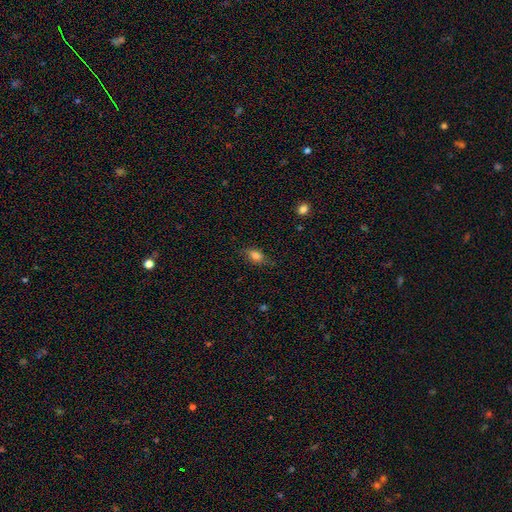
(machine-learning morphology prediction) Smooth or featured?
  - smooth: 79% *
  - featured or disk: 11%
  - star or artifact: 10%
How rounded?
  - in between: 80% *
  - round: 12%
  - cigar-shaped: 8%
Merging?
  - none: 75% *
  - minor disturbance: 19%
  - major disturbance: 5%
  - merger: 1%